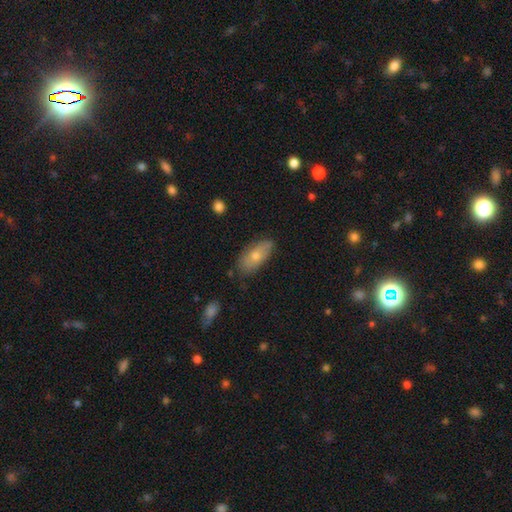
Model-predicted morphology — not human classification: type=smooth (63%); roundness=in between (85%); merging=none (76%).